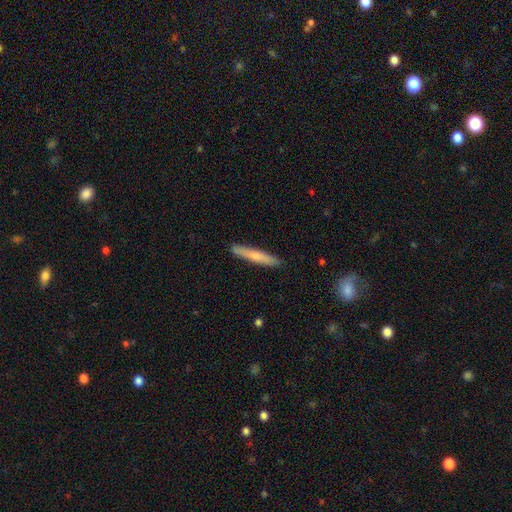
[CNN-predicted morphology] Smooth or featured? Predicted: smooth (p=0.66). How rounded? Predicted: cigar-shaped (p=0.94). Merging? Predicted: none (p=0.90).